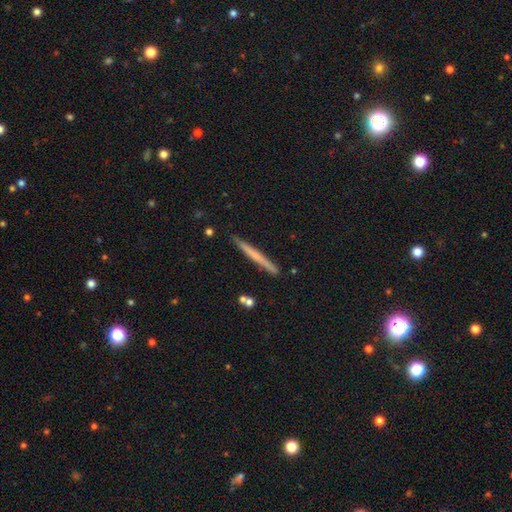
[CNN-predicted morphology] A smooth galaxy with no disk features (53%) that is cigar-shaped (97%). Merging: none (89%).